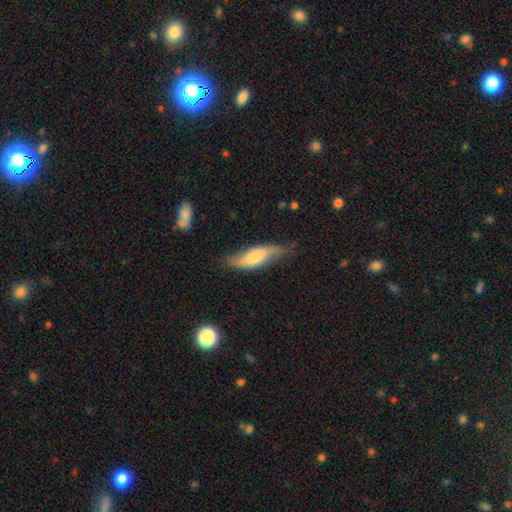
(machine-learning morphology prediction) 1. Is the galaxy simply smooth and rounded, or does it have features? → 55% smooth, 39% featured or disk, 6% star or artifact.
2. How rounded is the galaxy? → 56% in between, 41% cigar-shaped, 3% round.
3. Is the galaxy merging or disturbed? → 63% none, 28% minor disturbance, 7% major disturbance, 2% merger.